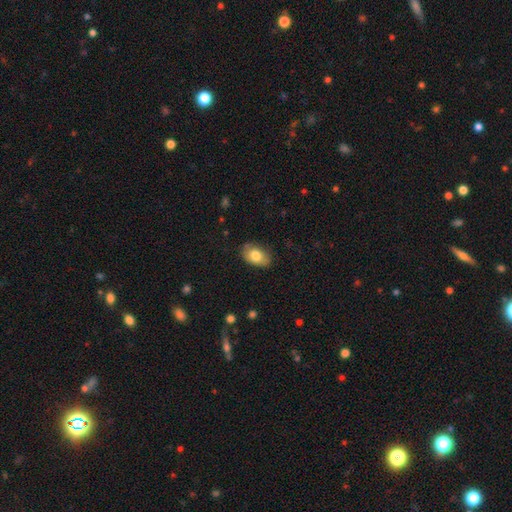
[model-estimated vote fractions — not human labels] smooth 78%, featured or disk 15%, star or artifact 7%. Down the decision tree: how rounded — in between (88%); merging — none (78%).